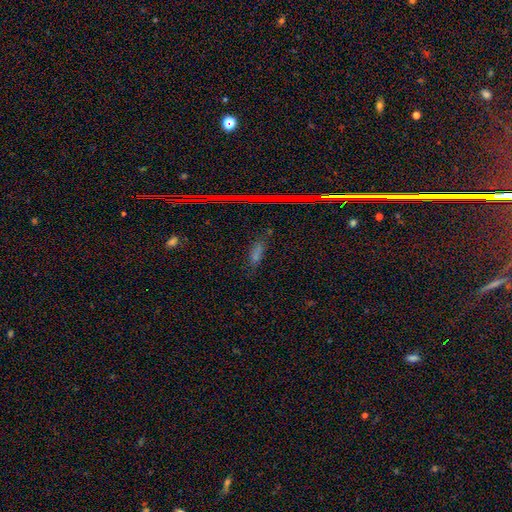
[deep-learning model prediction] This appears to be a smooth galaxy with no disk features (49%). Merging: none (68%).